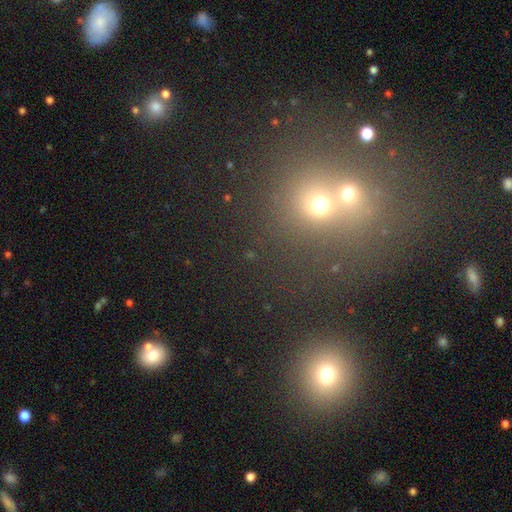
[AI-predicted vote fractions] Morphology: type=smooth (48%); merging=none (57%).